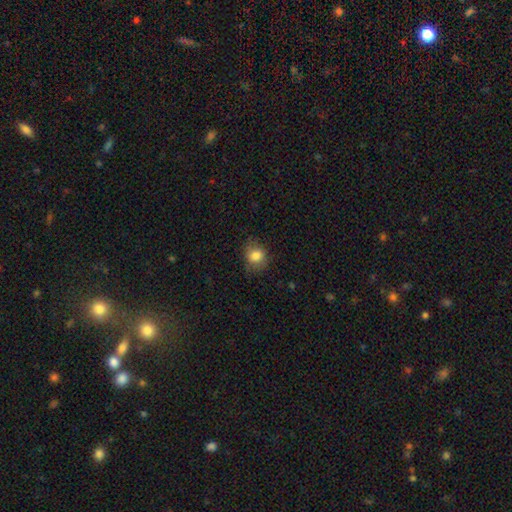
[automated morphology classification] A smooth galaxy with no disk features (83%) that is round (66%). Merging: none (70%).